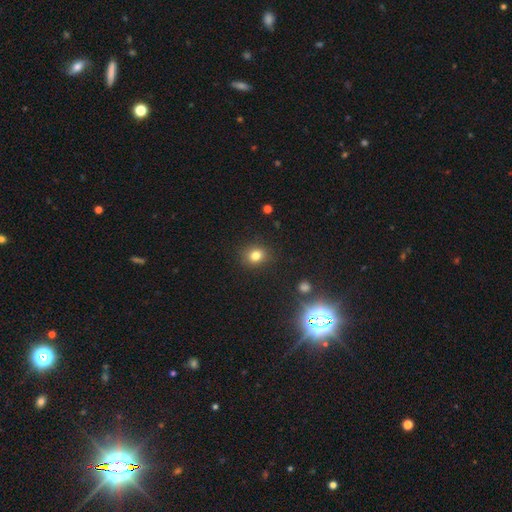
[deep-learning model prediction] Morphology: type=smooth (79%); roundness=round (69%); merging=none (87%).